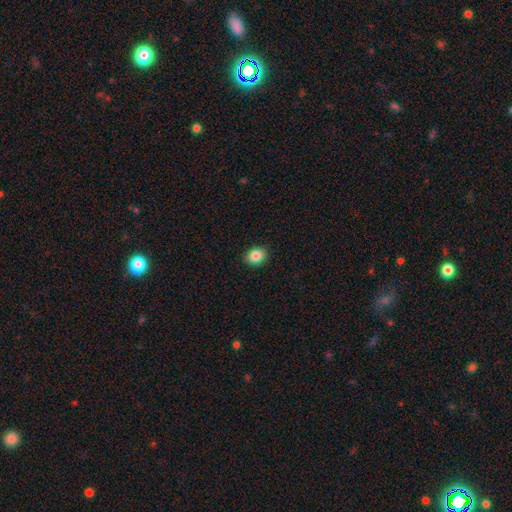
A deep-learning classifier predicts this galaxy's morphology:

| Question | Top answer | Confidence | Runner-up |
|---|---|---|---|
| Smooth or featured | smooth | 86% | star or artifact (9%) |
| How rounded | round | 54% | in between (46%) |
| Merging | none | 90% | minor disturbance (7%) |